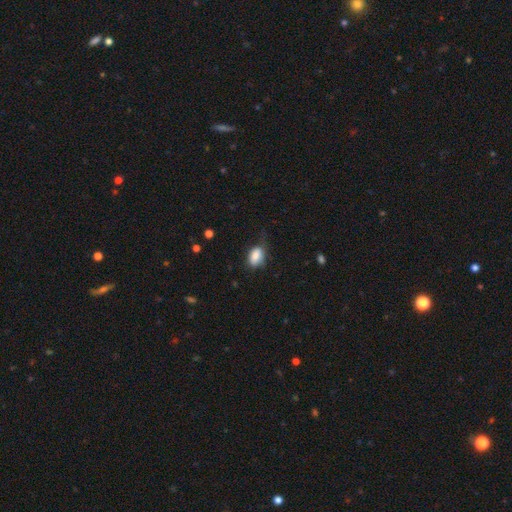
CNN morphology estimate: Smooth or featured? Predicted: smooth (p=0.84). How rounded? Predicted: in between (p=0.83). Merging? Predicted: none (p=0.51).